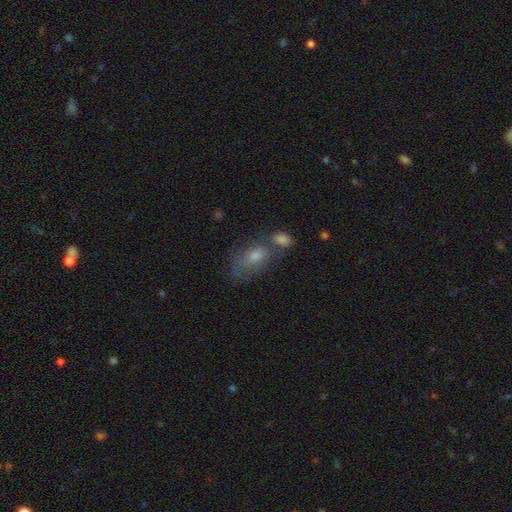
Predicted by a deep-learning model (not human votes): A smooth galaxy with no disk features (62%) that is in between round and cigar-shaped (83%). Merging: none (38%).